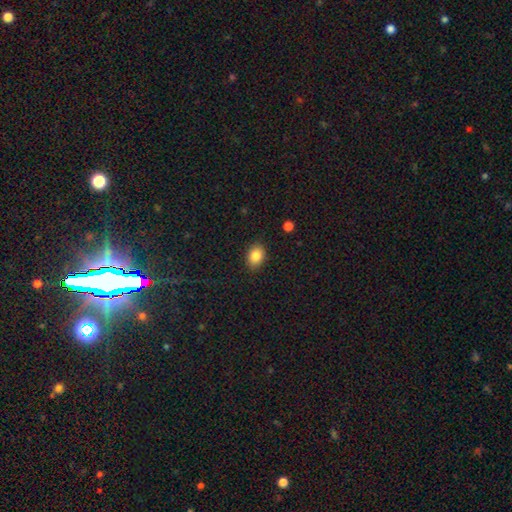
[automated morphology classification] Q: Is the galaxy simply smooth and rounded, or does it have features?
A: smooth — 85%.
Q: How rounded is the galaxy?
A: in between — 72%.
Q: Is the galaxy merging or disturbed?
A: none — 87%.